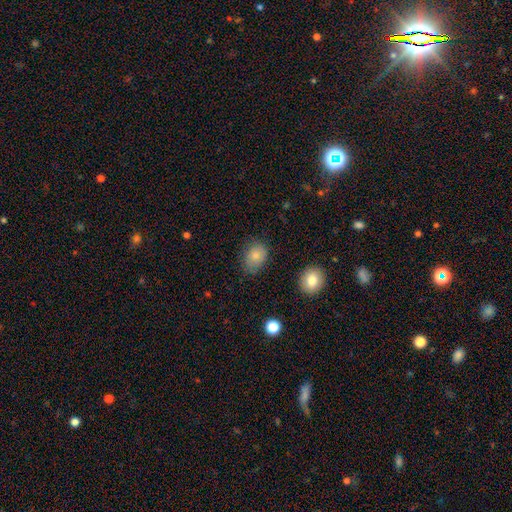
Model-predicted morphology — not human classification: Overall: smooth (82%). How rounded: in between (63%; round 36%). Merging: none (74%).